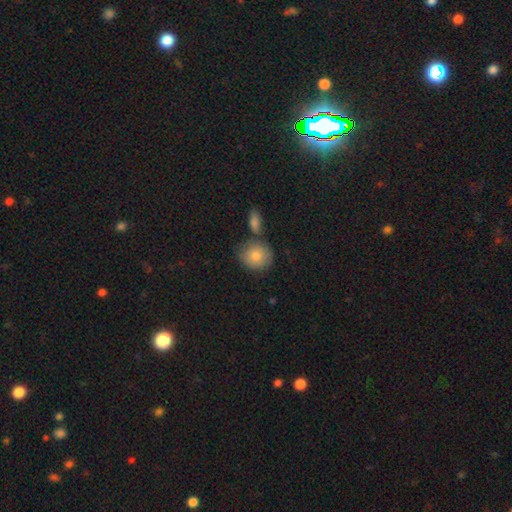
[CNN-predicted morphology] The model was most divided on "merging": none: 66%, merger: 16%, minor disturbance: 14%, major disturbance: 4%. More confident: smooth or featured — smooth (81%); how rounded — round (78%).